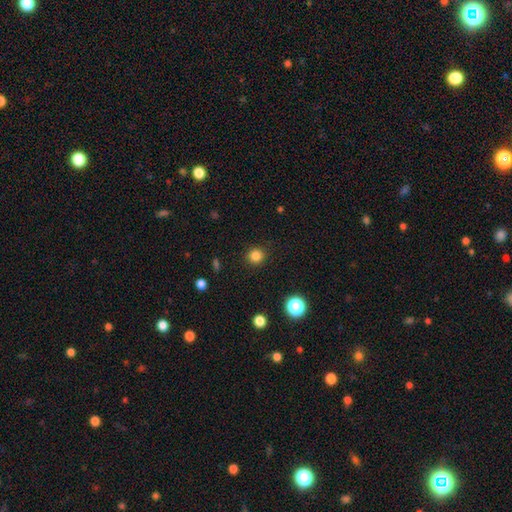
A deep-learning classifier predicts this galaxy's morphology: Overall: smooth (83%). How rounded: round (92%). Merging: none (90%).